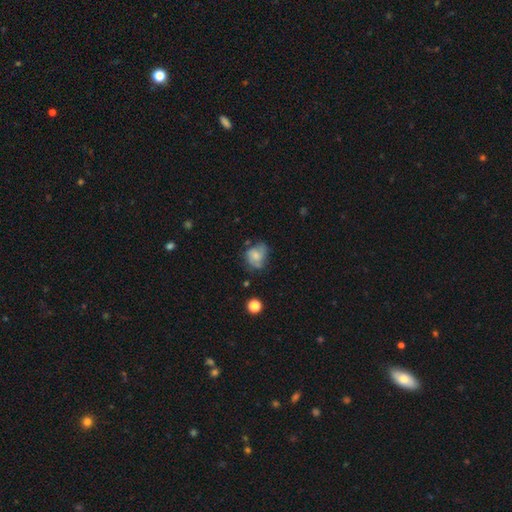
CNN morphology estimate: type=smooth (55%); roundness=round (54%); merging=none (47%).